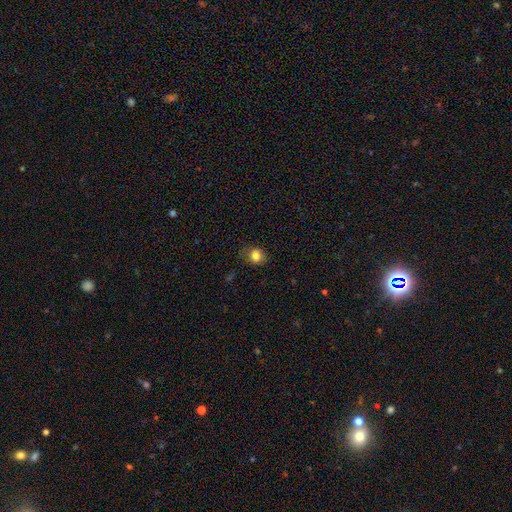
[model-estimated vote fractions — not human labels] smooth 82%, star or artifact 12%, featured or disk 6%. Down the decision tree: how rounded — round (68%); merging — none (80%).